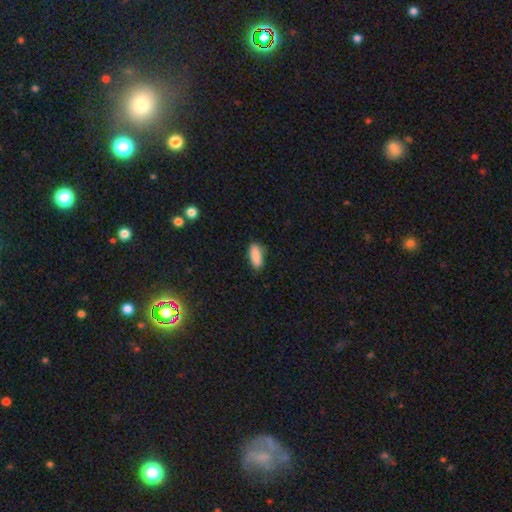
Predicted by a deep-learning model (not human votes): Morphology: type=smooth (89%); roundness=in between (74%); merging=none (83%).